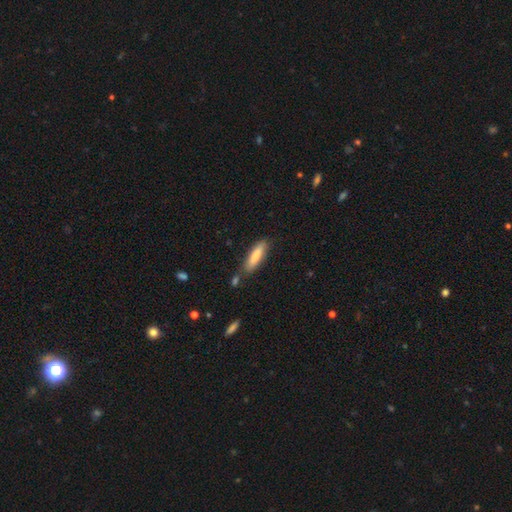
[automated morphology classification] The model was most divided on "how rounded": cigar-shaped: 64%, in between: 35%, round: 1%. More confident: smooth or featured — smooth (82%); merging — none (74%).